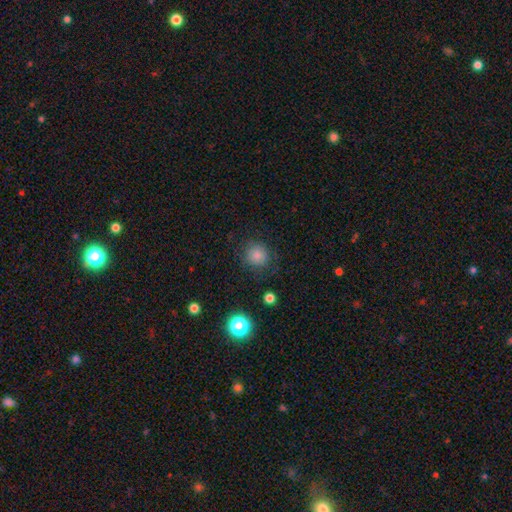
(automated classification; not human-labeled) Q: Smooth or featured?
A: smooth (79%); runner-up: star or artifact (15%)
Q: How rounded?
A: round (91%); runner-up: in between (8%)
Q: Merging?
A: none (84%); runner-up: minor disturbance (11%)